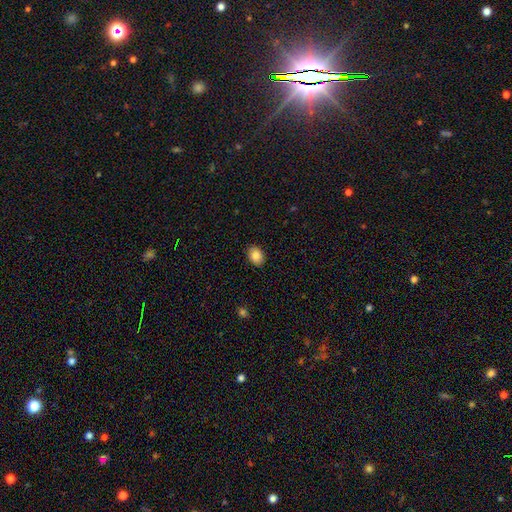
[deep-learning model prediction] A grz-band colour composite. It shows a smooth galaxy with no disk features (86%) that is in between round and cigar-shaped (69%). Merging: none (90%).